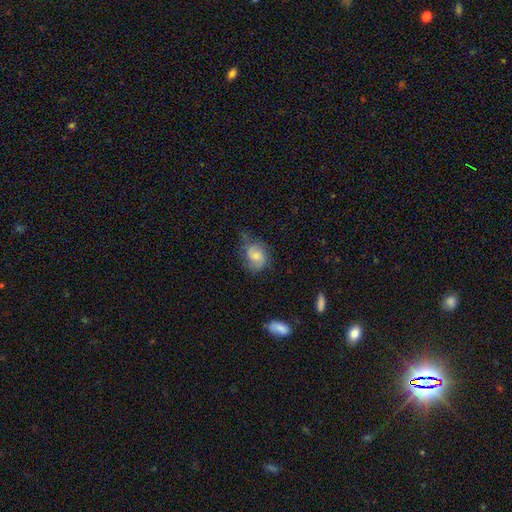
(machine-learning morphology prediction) Smooth or featured?
  - smooth: 63% *
  - featured or disk: 29%
  - star or artifact: 8%
How rounded?
  - in between: 50% *
  - round: 49%
  - cigar-shaped: 1%
Merging?
  - none: 46% *
  - minor disturbance: 34%
  - major disturbance: 17%
  - merger: 3%